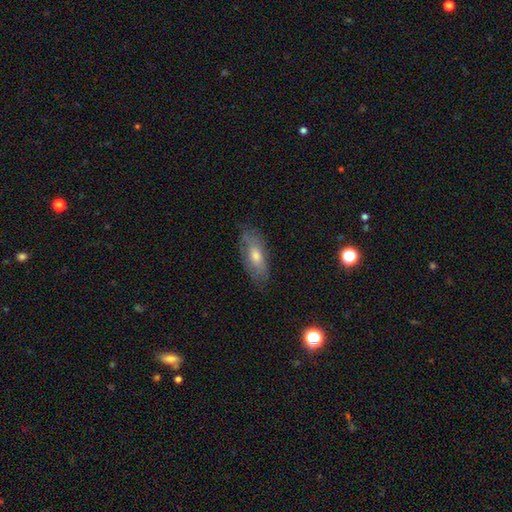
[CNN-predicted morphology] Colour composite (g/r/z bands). It shows a smooth galaxy with no disk features (48%). Merging: none (76%).